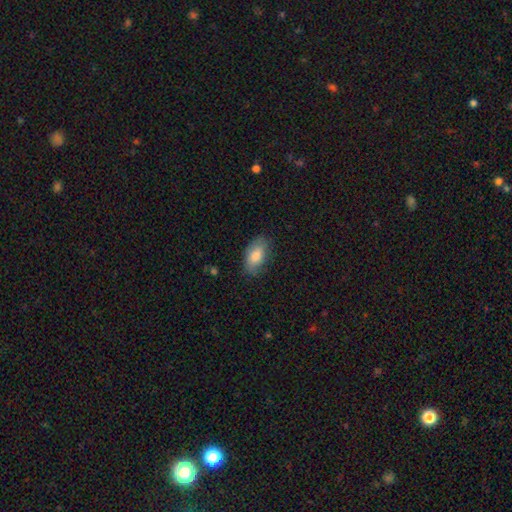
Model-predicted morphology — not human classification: smooth 82%, featured or disk 12%, star or artifact 6%. Down the decision tree: how rounded — in between (93%); merging — none (80%).